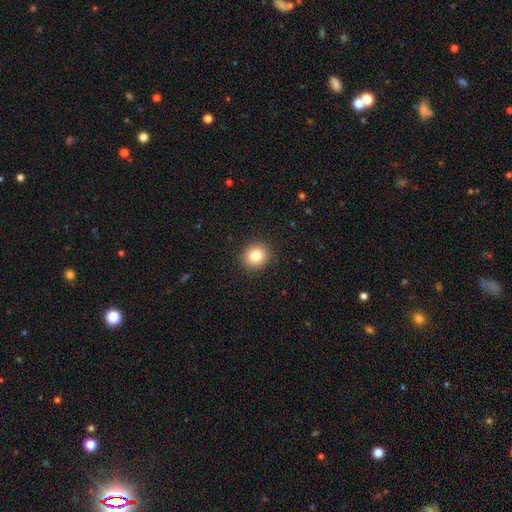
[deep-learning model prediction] smooth 82%, star or artifact 10%, featured or disk 7%. Down the decision tree: how rounded — round (87%); merging — none (92%).